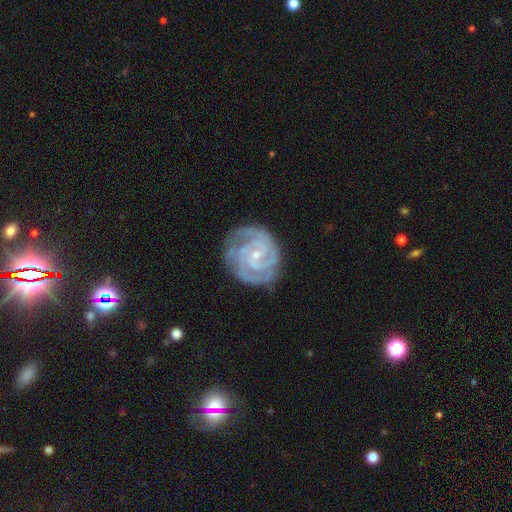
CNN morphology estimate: Smooth or featured? featured or disk (92%)
Edge-on disk? no (98%)
Bar? no (58%)
Spiral arms? yes (98%)
Spiral winding? tight (73%)
Spiral arm count? 3 (38%)
Bulge size? small (81%)
Merging? none (75%)